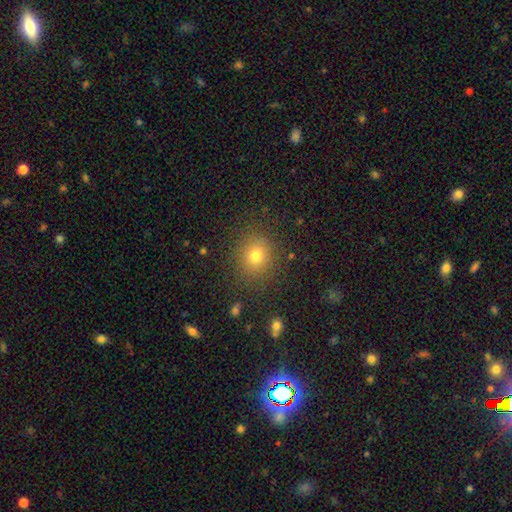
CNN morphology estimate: The model was most divided on "how rounded": round: 78%, in between: 21%, cigar-shaped: 1%. More confident: merging — none (86%); smooth or featured — smooth (76%).